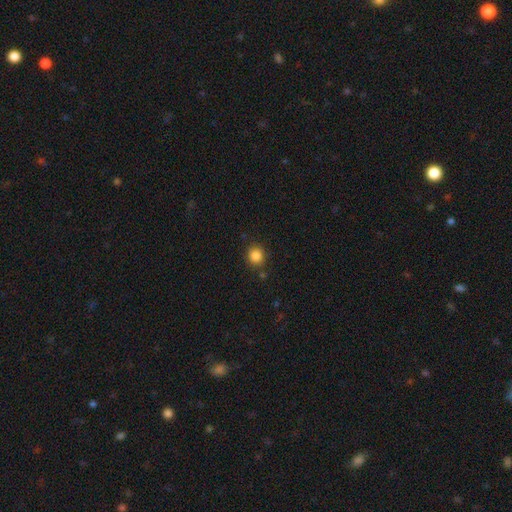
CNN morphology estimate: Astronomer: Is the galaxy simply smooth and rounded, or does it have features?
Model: smooth — 85%.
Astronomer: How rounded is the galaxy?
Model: round — 88%.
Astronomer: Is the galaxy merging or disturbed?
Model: none — 86%.